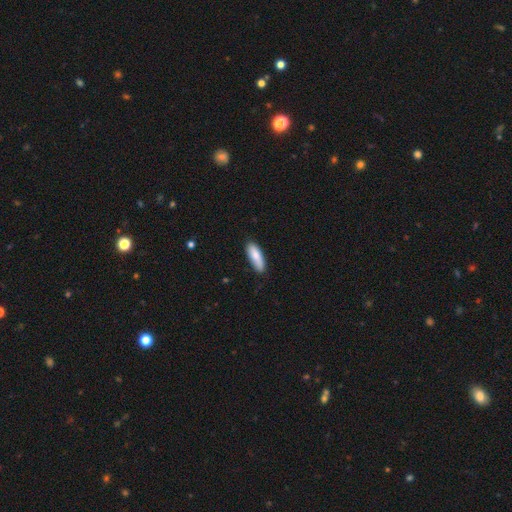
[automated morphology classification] Q: Smooth or featured?
A: smooth (83%); runner-up: featured or disk (12%)
Q: How rounded?
A: in between (55%); runner-up: cigar-shaped (43%)
Q: Merging?
A: none (81%); runner-up: minor disturbance (15%)